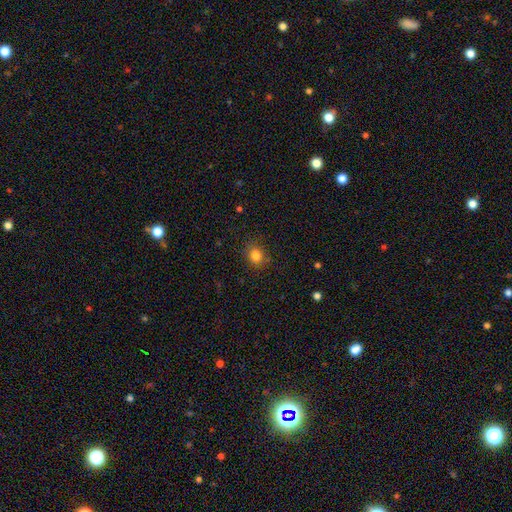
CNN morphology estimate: smooth_or_featured: smooth (p=0.82) [alt: star or artifact p=0.12]
how_rounded: round (p=0.70) [alt: in between p=0.30]
merging: none (p=0.86) [alt: minor disturbance p=0.10]